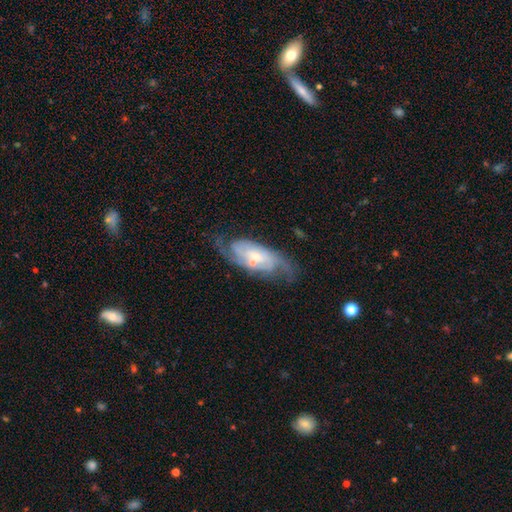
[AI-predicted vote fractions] A featured or disk galaxy (84%) with no bar (48%), 2 (63%) tight (44%) spiral arms (96%) and a small central bulge (65%). Merging: none (68%).